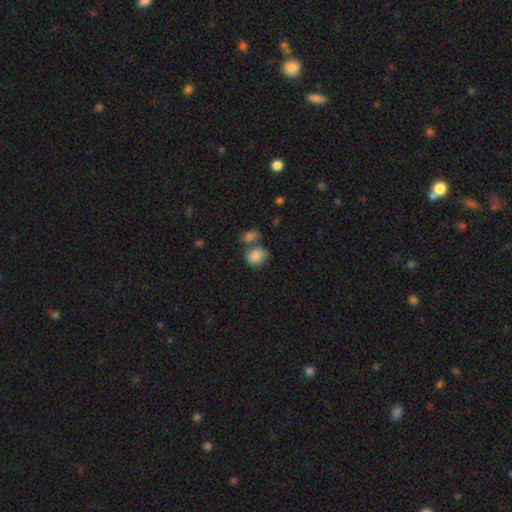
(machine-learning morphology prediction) This is clearly a smooth galaxy (84%). How rounded: possibly round (59%). Merging: marginally none (45%).